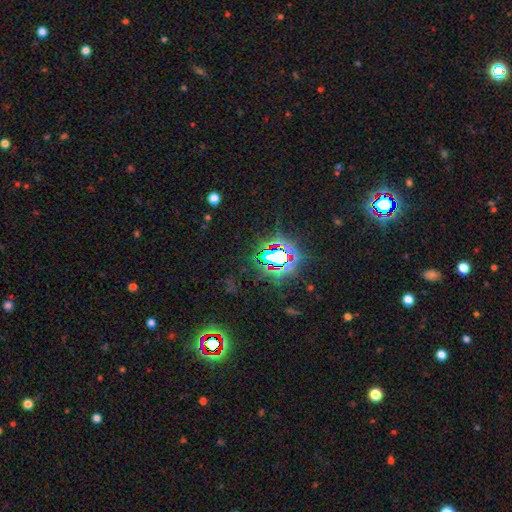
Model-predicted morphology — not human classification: Smooth or featured?
  - star or artifact: 81% *
  - smooth: 11%
  - featured or disk: 8%